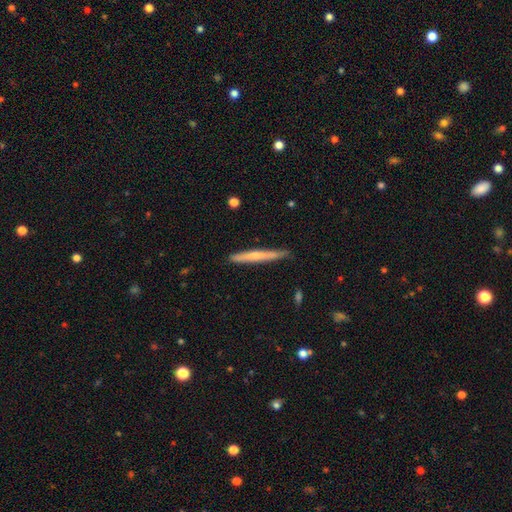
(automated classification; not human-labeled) Morphology: type=smooth (49%); merging=none (87%).